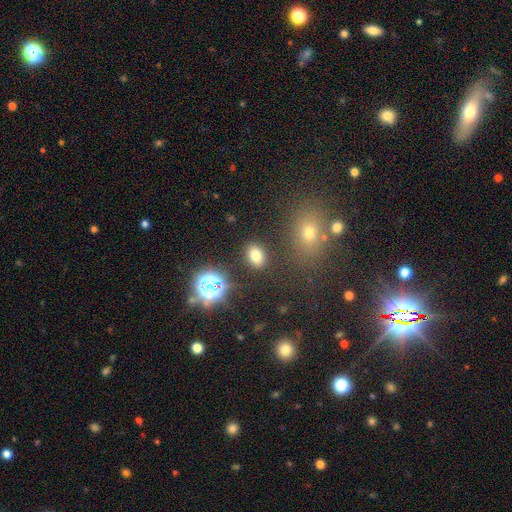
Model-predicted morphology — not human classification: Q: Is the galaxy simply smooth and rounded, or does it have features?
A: smooth — 75%.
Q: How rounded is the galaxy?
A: in between — 72%.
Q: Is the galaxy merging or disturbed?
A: none — 85%.